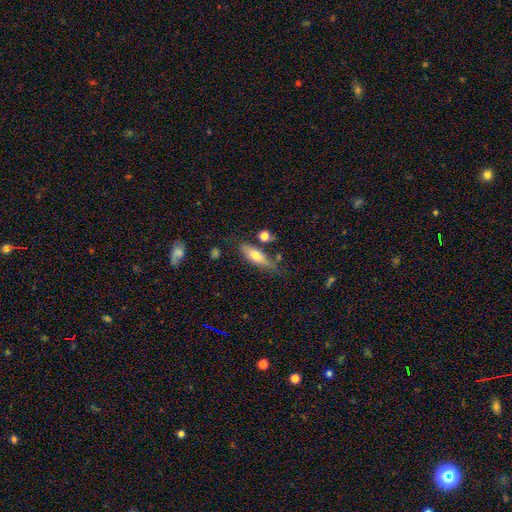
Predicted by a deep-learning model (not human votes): Smooth or featured?
  - smooth: 66% *
  - featured or disk: 27%
  - star or artifact: 7%
How rounded?
  - in between: 56% *
  - cigar-shaped: 41%
  - round: 3%
Merging?
  - none: 66% *
  - minor disturbance: 20%
  - merger: 8%
  - major disturbance: 6%